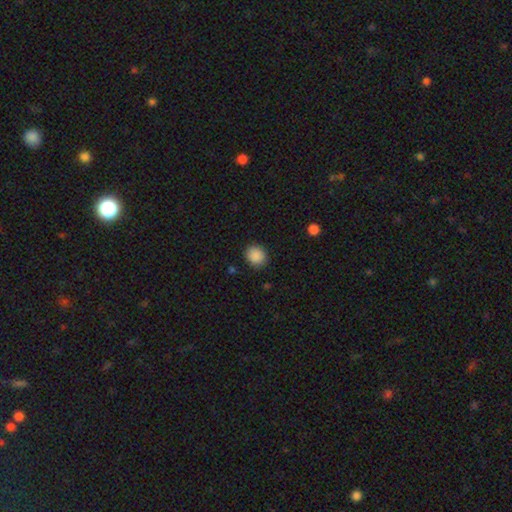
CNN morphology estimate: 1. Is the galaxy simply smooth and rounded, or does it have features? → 89% smooth, 9% star or artifact, 2% featured or disk.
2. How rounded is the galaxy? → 73% round, 26% in between, 1% cigar-shaped.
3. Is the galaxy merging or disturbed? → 89% none, 8% minor disturbance, 2% major disturbance, 1% merger.